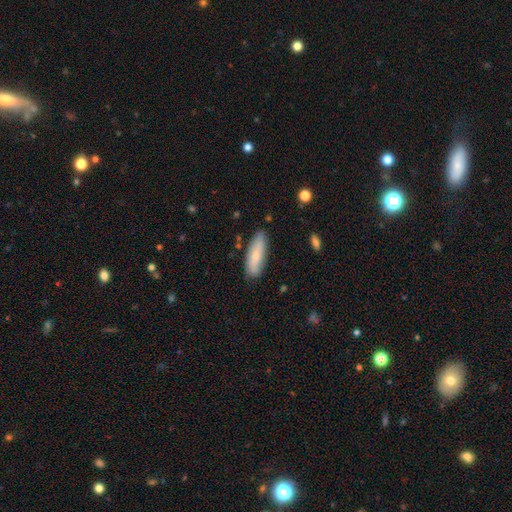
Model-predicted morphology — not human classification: smooth-or-featured: smooth: 72% | featured or disk: 22% | star or artifact: 6%
  how-rounded: in between: 50% | cigar-shaped: 48% | round: 2%
  merging: none: 80% | minor disturbance: 16% | major disturbance: 3% | merger: 2%